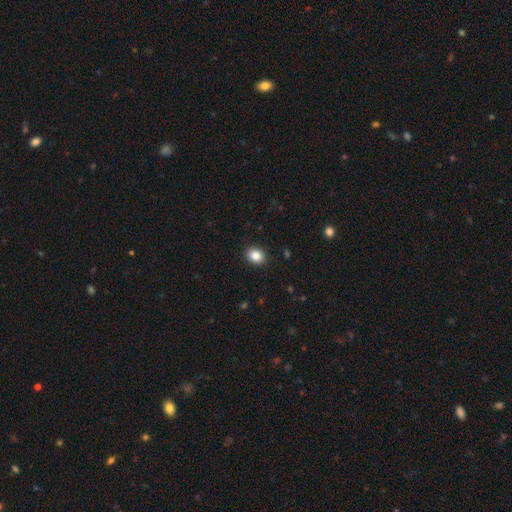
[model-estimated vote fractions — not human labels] This is clearly a smooth galaxy (85%). How rounded: possibly round (56%). Merging: clearly none (91%).